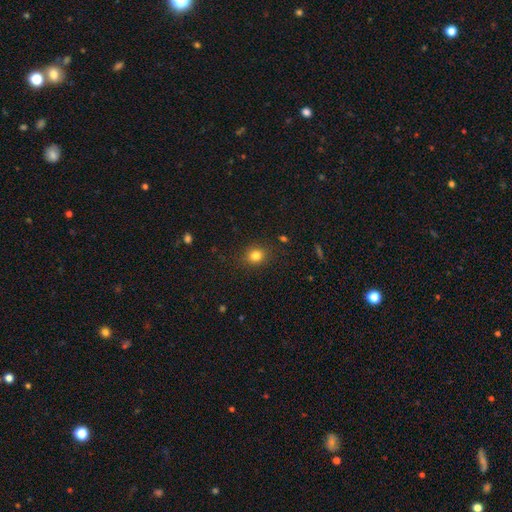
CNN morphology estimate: Smooth or featured? Predicted: smooth (p=0.82). How rounded? Predicted: round (p=0.69). Merging? Predicted: none (p=0.87).